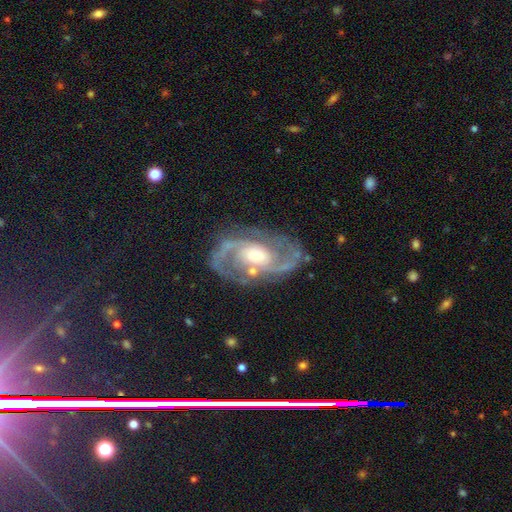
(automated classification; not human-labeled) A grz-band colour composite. It shows a featured or disk galaxy (91%) with no bar (56%), 2 (85%) medium (53%) spiral arms (98%) and a moderate central bulge (55%). Merging: none (77%).